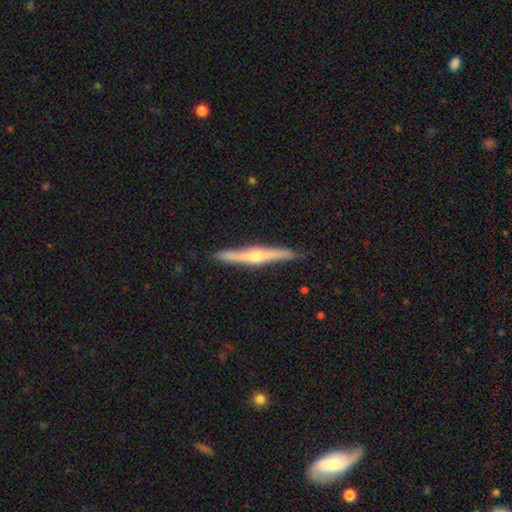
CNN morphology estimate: A featured or disk galaxy (70%) viewed edge-on (97%) with a rounded central bulge (81%).

Vote fractions:
- Smooth or featured? featured or disk: 70% / smooth: 25% / star or artifact: 5%
- Edge-on disk? yes: 97% / no: 3%
- Edge-on bulge? rounded: 81% / none: 11% / boxy: 8%
- Merging? none: 87% / minor disturbance: 10% / major disturbance: 2% / merger: 1%